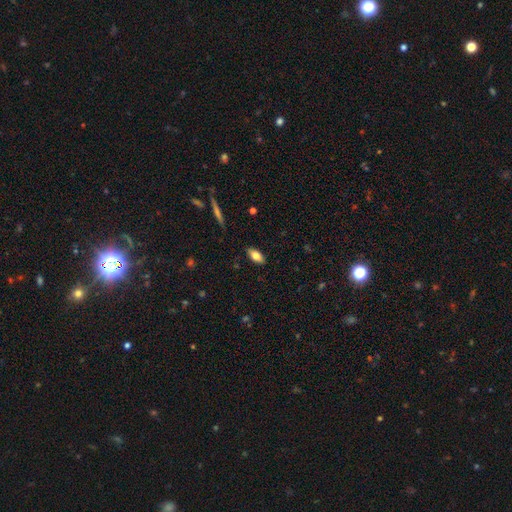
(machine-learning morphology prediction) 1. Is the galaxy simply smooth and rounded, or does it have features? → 77% smooth, 16% featured or disk, 7% star or artifact.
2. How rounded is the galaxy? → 86% in between, 11% cigar-shaped, 3% round.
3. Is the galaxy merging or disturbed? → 88% none, 9% minor disturbance, 2% major disturbance, 1% merger.